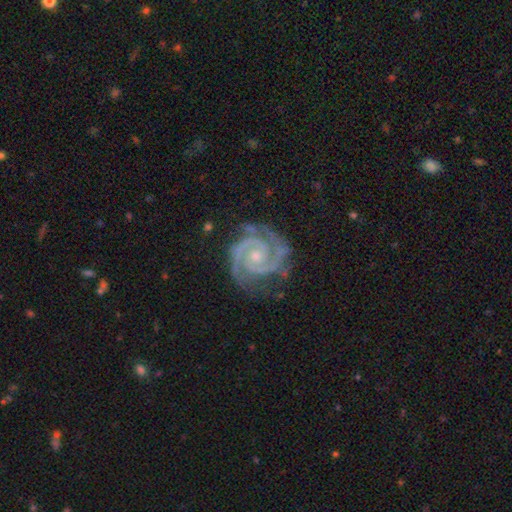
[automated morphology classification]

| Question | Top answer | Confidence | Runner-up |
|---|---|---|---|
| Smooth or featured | featured or disk | 94% | star or artifact (4%) |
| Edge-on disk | no | 98% | yes (2%) |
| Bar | no | 67% | weak (24%) |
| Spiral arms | yes | 99% | no (1%) |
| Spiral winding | tight | 72% | medium (26%) |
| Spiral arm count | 2 | 85% | 3 (9%) |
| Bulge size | small | 59% | moderate (36%) |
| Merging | none | 75% | minor disturbance (19%) |